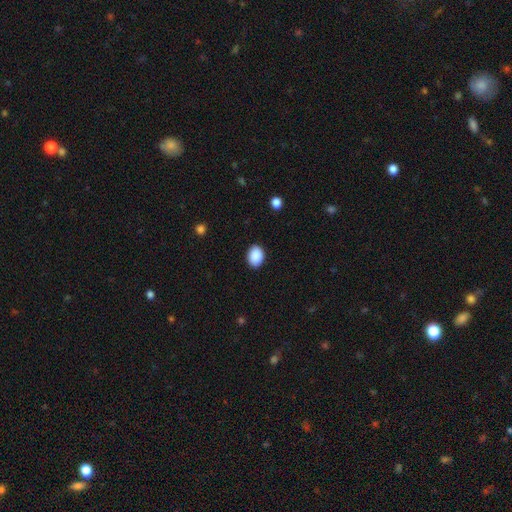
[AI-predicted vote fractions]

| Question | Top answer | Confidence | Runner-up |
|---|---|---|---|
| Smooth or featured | smooth | 90% | star or artifact (7%) |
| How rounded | in between | 68% | round (31%) |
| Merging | none | 89% | minor disturbance (8%) |